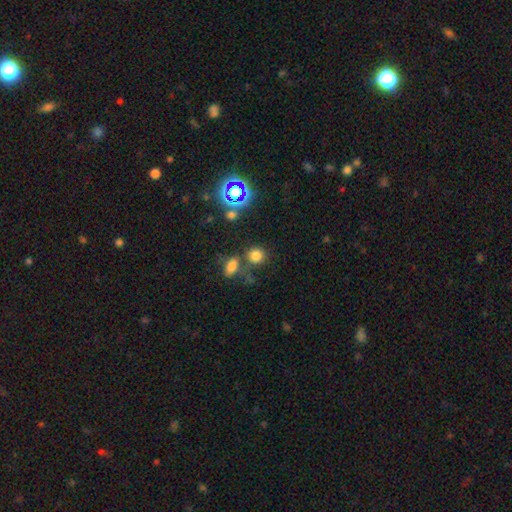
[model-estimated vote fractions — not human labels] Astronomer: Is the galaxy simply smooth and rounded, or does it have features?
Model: smooth — 72%.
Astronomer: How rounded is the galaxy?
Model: round — 83%.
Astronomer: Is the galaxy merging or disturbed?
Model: none — 67%.